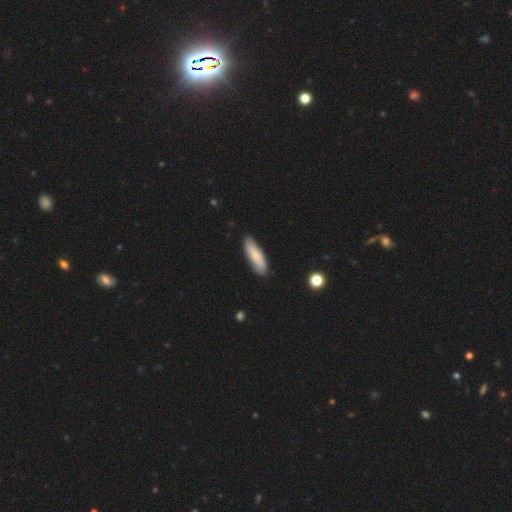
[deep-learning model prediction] smooth-or-featured: smooth: 71% | featured or disk: 23% | star or artifact: 6%
  how-rounded: cigar-shaped: 54% | in between: 44% | round: 2%
  merging: none: 84% | minor disturbance: 12% | major disturbance: 2% | merger: 1%